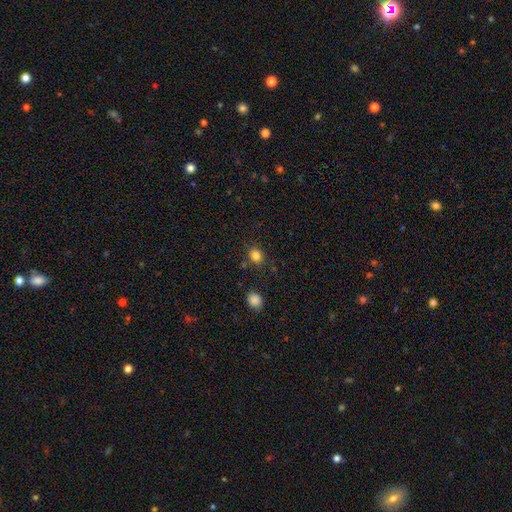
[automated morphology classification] This appears to be a smooth galaxy with no disk features (83%) that is round (72%). Merging: none (81%).